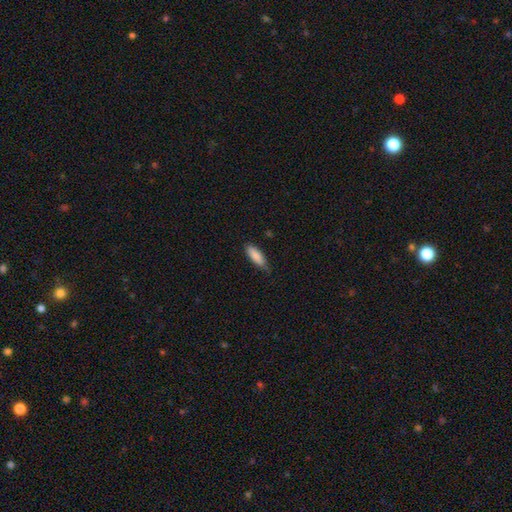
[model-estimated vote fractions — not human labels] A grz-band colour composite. It shows a smooth galaxy with no disk features (88%) that is in between round and cigar-shaped (62%). Merging: none (72%).